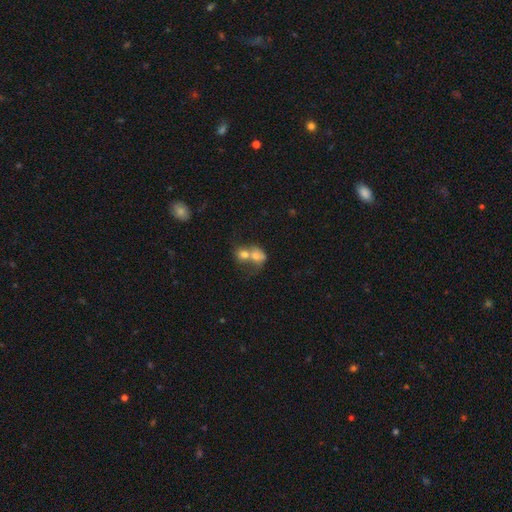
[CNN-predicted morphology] The model was most divided on "how rounded": round: 51%, in between: 47%, cigar-shaped: 1%. More confident: merging — merger (76%); smooth or featured — smooth (64%).